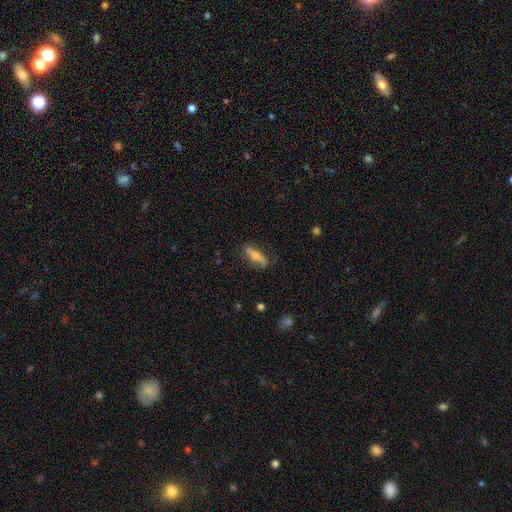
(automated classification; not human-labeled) smooth 66%, featured or disk 27%, star or artifact 7%. Down the decision tree: how rounded — cigar-shaped (56%); merging — none (71%).